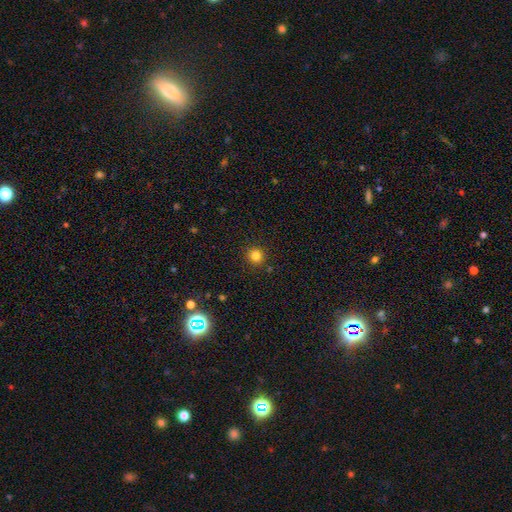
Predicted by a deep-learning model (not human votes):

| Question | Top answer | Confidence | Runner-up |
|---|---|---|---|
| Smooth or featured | smooth | 81% | star or artifact (14%) |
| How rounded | round | 93% | in between (6%) |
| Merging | none | 91% | minor disturbance (6%) |